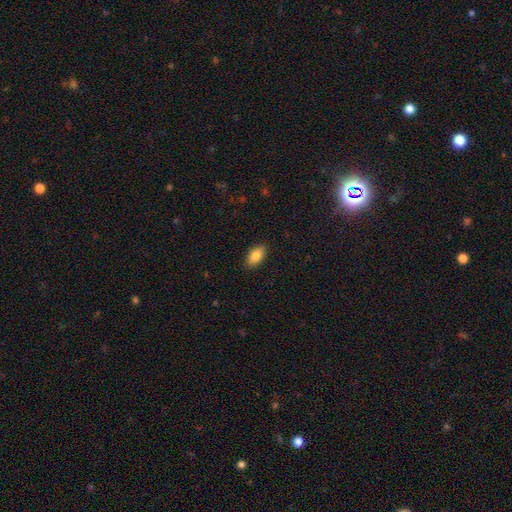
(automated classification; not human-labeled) This is clearly a smooth galaxy (84%). How rounded: clearly in between (92%). Merging: clearly none (88%).